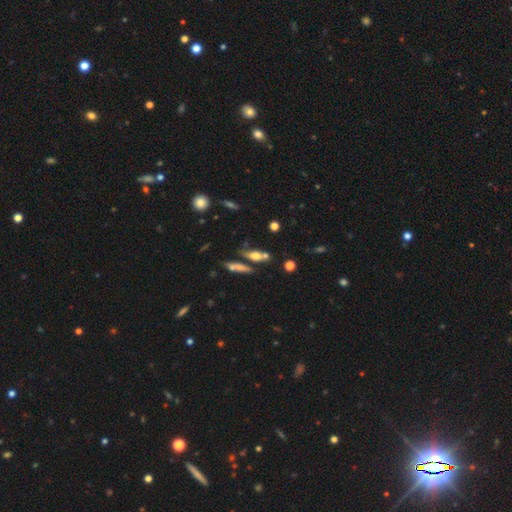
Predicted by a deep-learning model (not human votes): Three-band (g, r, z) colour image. It shows a smooth galaxy with no disk features (56%) that is cigar-shaped (51%). Merging: none (53%).